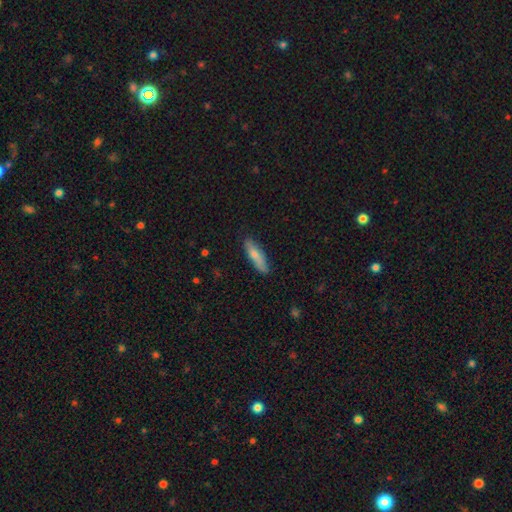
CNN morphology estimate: Smooth or featured? Predicted: smooth (p=0.74). How rounded? Predicted: cigar-shaped (p=0.64). Merging? Predicted: none (p=0.80).